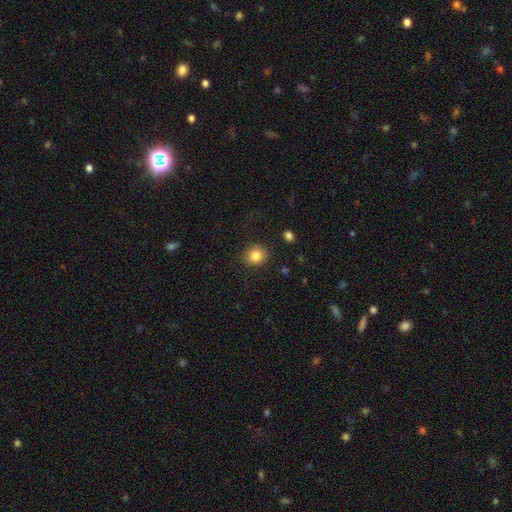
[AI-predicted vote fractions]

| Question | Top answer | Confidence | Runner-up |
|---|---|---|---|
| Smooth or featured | smooth | 84% | star or artifact (10%) |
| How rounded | round | 82% | in between (17%) |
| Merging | none | 88% | minor disturbance (8%) |